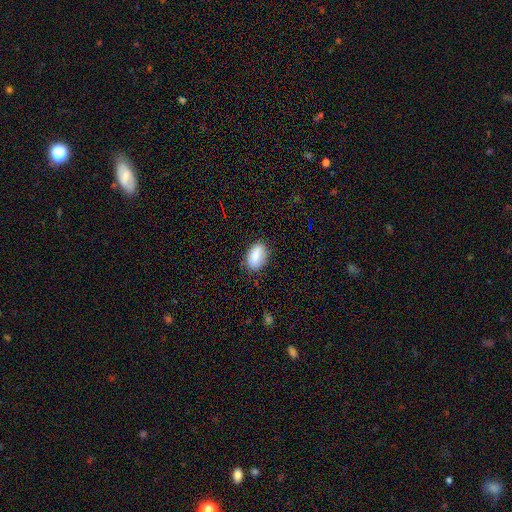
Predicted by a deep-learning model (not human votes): A smooth galaxy with no disk features (86%) that is in between round and cigar-shaped (92%).

Vote fractions:
- Smooth or featured? smooth: 86% / star or artifact: 7% / featured or disk: 7%
- How rounded? in between: 92% / round: 6% / cigar-shaped: 2%
- Merging? none: 79% / minor disturbance: 17% / major disturbance: 3% / merger: 1%